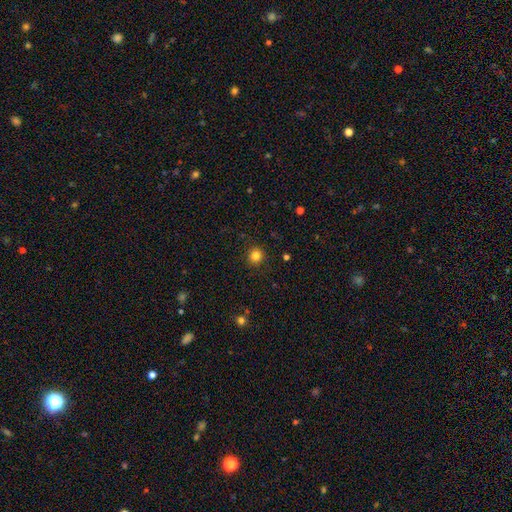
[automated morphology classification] This is clearly a smooth galaxy (83%). How rounded: clearly round (92%). Merging: clearly none (91%).